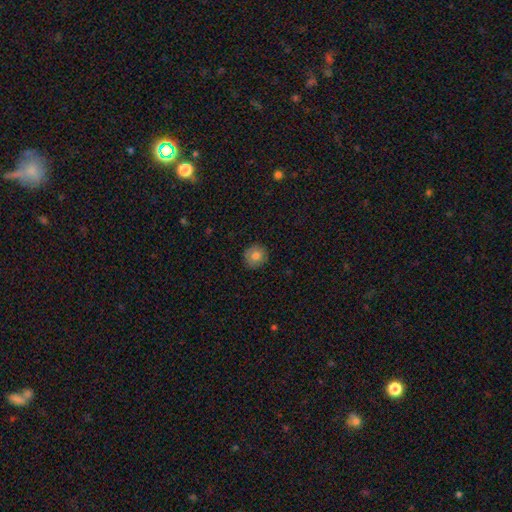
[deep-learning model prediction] This is likely a smooth galaxy (79%). How rounded: clearly round (89%). Merging: clearly none (88%).